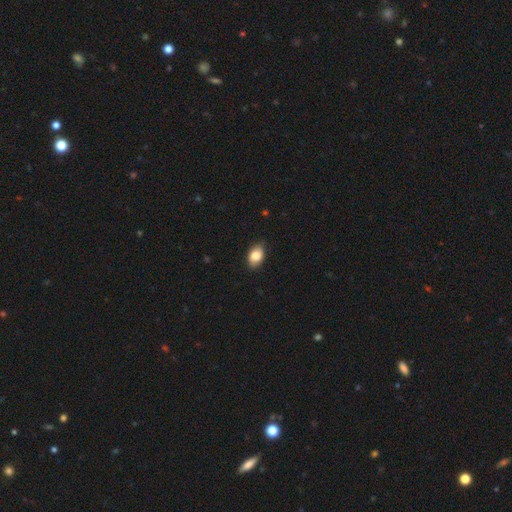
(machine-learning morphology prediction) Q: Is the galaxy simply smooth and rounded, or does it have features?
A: smooth — 84%.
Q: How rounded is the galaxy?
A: in between — 84%.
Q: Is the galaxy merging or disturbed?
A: none — 80%.